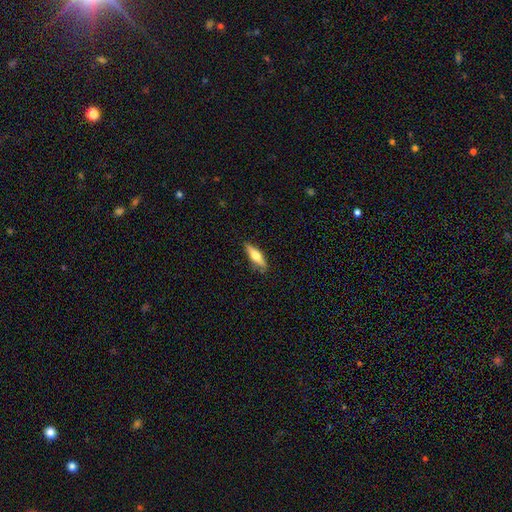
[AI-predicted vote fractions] smooth-or-featured: smooth: 58% | featured or disk: 36% | star or artifact: 6%
  how-rounded: cigar-shaped: 62% | in between: 36% | round: 2%
  merging: none: 83% | minor disturbance: 13% | major disturbance: 2% | merger: 1%